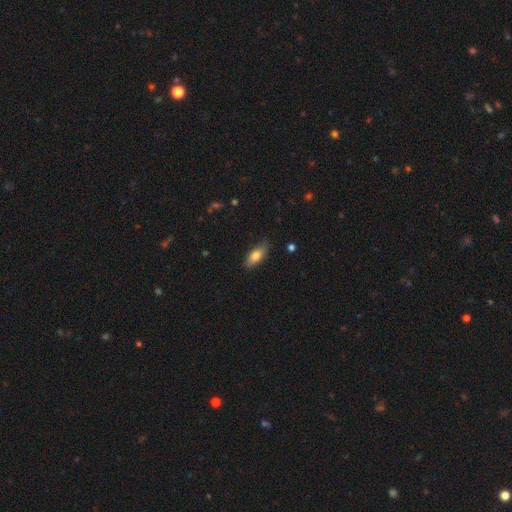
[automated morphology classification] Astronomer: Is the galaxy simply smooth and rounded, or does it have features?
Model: smooth — 76%.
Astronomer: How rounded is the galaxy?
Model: in between — 74%.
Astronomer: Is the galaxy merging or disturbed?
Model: none — 80%.